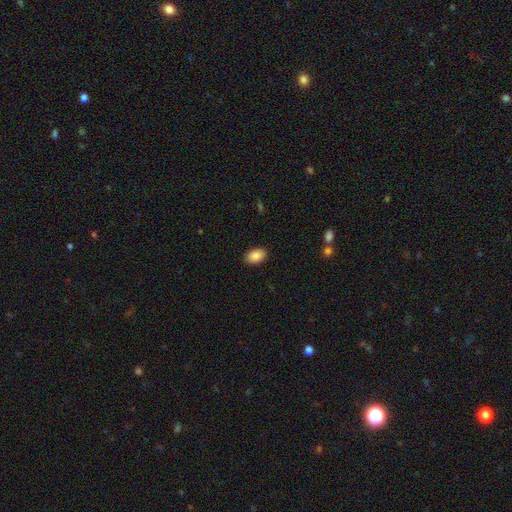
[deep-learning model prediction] Smooth or featured? smooth (89%)
How rounded? in between (90%)
Merging? none (89%)